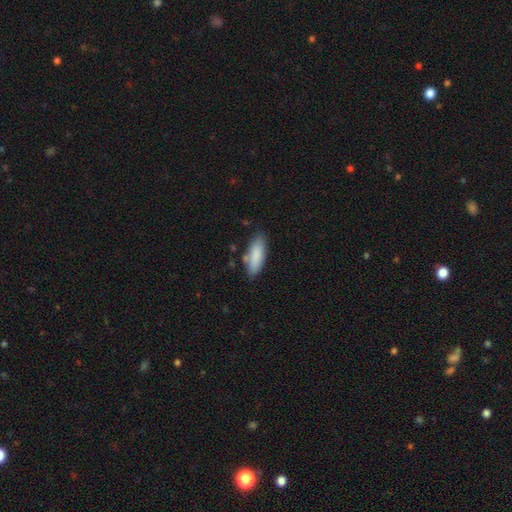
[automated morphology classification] A smooth galaxy with no disk features (86%) that is in between round and cigar-shaped (70%). Merging: none (75%).